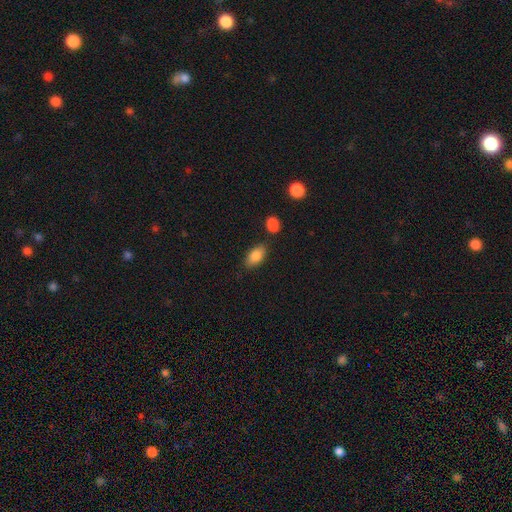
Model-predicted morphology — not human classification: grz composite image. It shows a smooth galaxy with no disk features (85%) that is in between round and cigar-shaped (90%). Merging: none (74%).